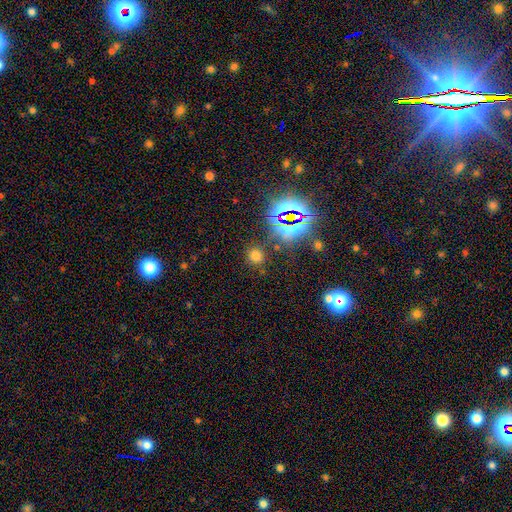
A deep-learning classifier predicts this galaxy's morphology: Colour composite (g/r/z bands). It shows a smooth galaxy with no disk features (60%) that is round (80%). Merging: none (81%).